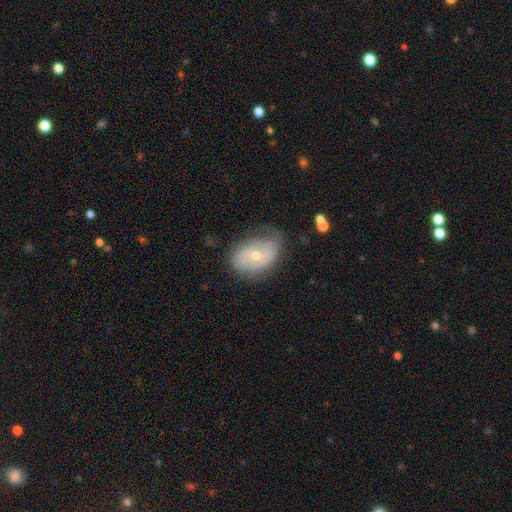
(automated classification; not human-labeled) A featured or disk galaxy (57%) with no bar (64%), spiral arms (71%) and a small central bulge (52%). Merging: none (58%).